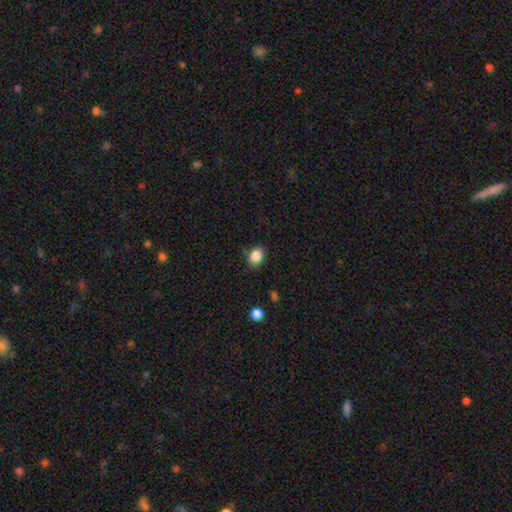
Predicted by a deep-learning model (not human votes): Smooth or featured? Predicted: smooth (p=0.85). How rounded? Predicted: in between (p=0.64). Merging? Predicted: none (p=0.74).